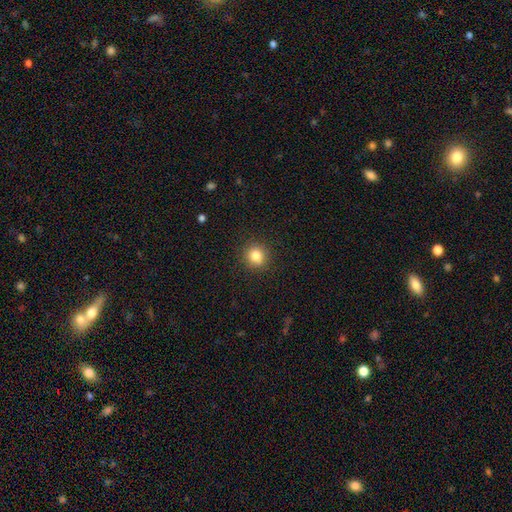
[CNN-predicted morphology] smooth 83%, star or artifact 11%, featured or disk 6%. Down the decision tree: how rounded — round (89%); merging — none (91%).